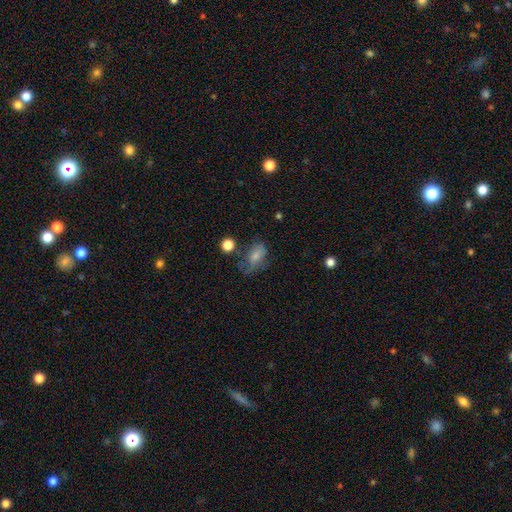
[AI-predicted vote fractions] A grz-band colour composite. It shows a smooth galaxy with no disk features (53%) that is in between round and cigar-shaped (80%). Merging: none (55%).